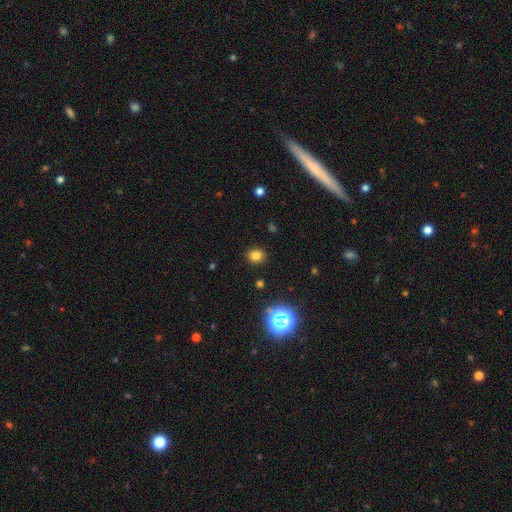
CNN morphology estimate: Smooth or featured? Predicted: smooth (p=0.77). How rounded? Predicted: round (p=0.76). Merging? Predicted: none (p=0.90).